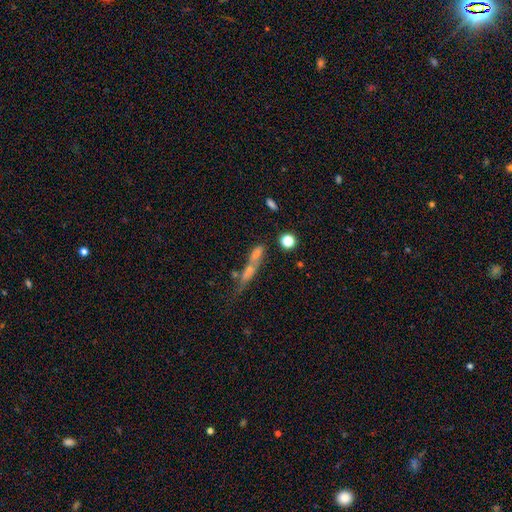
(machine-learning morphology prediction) This appears to be a smooth galaxy with no disk features (56%) that is cigar-shaped (58%). Merging: merger (46%).